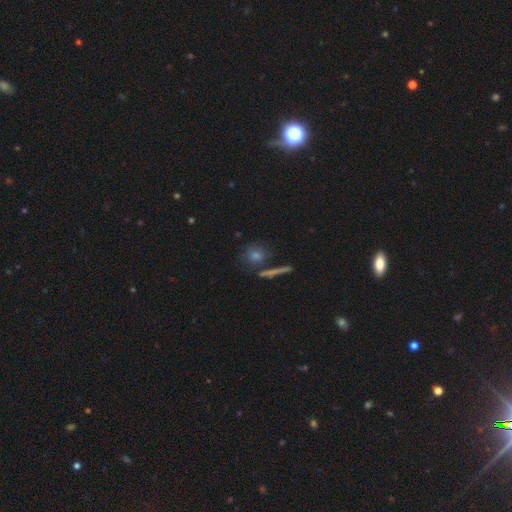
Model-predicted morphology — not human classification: Overall: star or artifact (39%; smooth 35%).